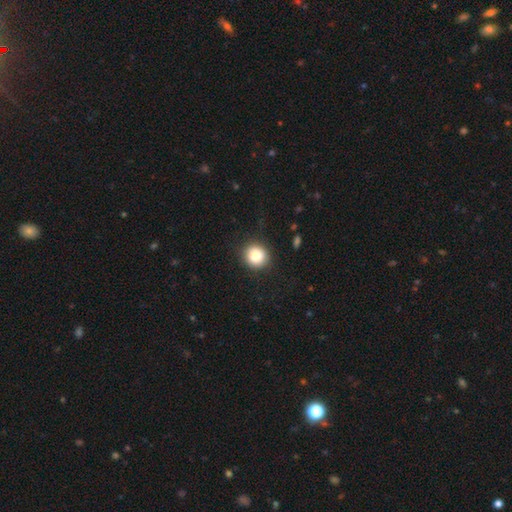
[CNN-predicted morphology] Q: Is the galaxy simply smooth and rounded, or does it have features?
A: smooth — 82%.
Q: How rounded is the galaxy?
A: round — 89%.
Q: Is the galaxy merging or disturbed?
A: none — 89%.